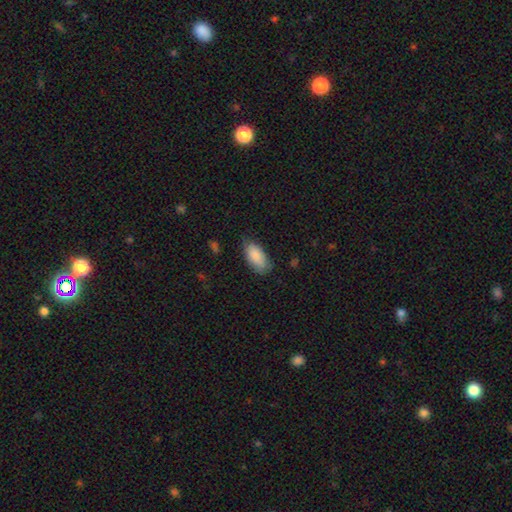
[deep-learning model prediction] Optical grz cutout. It shows a smooth galaxy with no disk features (88%) that is in between round and cigar-shaped (93%). Merging: none (71%).